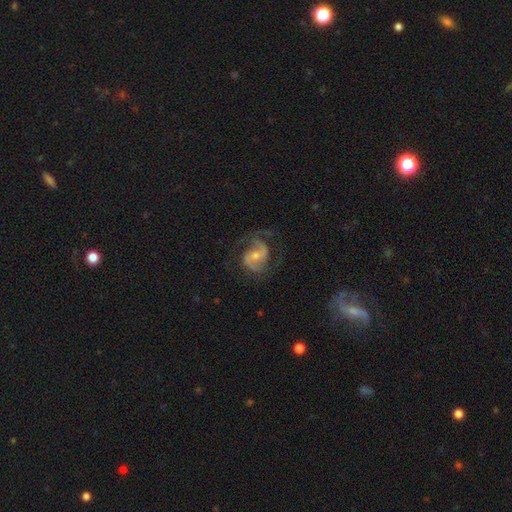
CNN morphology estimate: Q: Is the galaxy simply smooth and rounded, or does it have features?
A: featured or disk — 81%.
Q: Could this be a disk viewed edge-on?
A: no — 98%.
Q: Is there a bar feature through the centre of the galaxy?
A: weak — 45%.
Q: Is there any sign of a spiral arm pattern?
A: yes — 93%.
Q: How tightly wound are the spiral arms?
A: medium — 50%.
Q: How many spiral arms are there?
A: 2 — 80%.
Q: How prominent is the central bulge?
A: moderate — 54%.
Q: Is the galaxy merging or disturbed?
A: none — 64%.